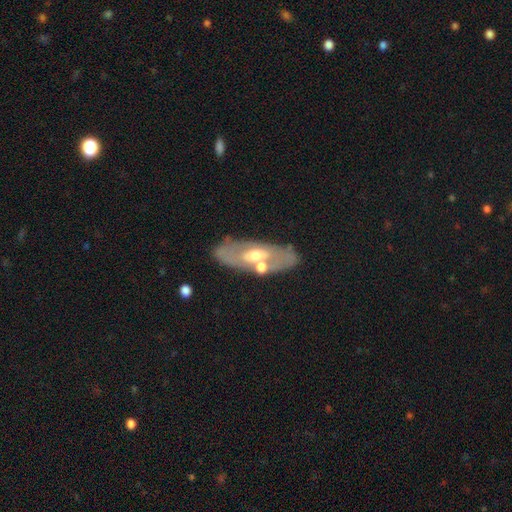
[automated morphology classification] A featured or disk galaxy (64%).

Vote fractions:
- Smooth or featured? featured or disk: 64% / smooth: 29% / star or artifact: 7%
- Edge-on disk? no: 78% / yes: 22%
- Merging? none: 72% / minor disturbance: 14% / merger: 9% / major disturbance: 5%